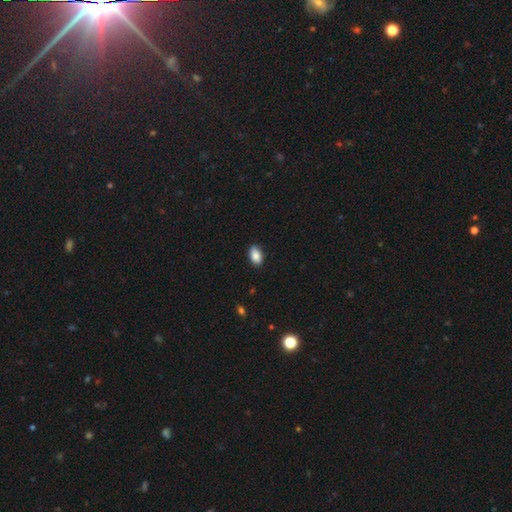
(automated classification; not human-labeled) Overall: smooth (87%). How rounded: in between (93%). Merging: none (88%).